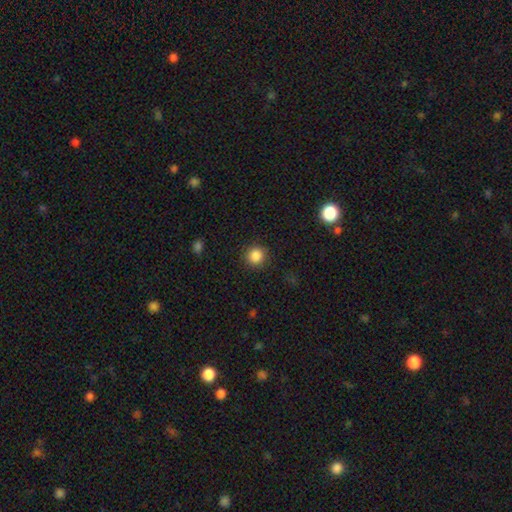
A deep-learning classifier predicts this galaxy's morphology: smooth 86%, star or artifact 10%, featured or disk 3%. Down the decision tree: how rounded — round (92%); merging — none (90%).